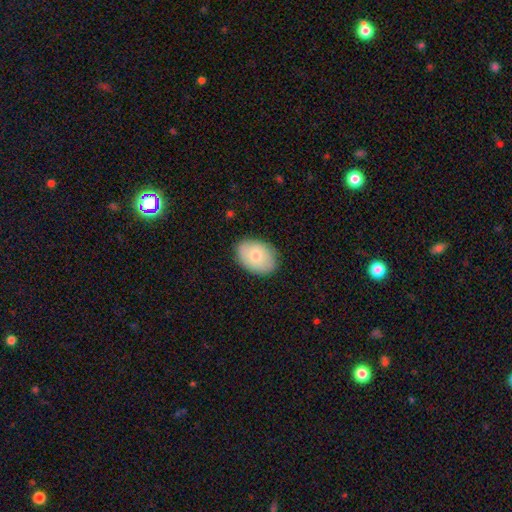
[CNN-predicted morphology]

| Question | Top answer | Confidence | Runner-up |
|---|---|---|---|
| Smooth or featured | smooth | 77% | featured or disk (17%) |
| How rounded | in between | 81% | round (18%) |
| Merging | none | 84% | minor disturbance (13%) |